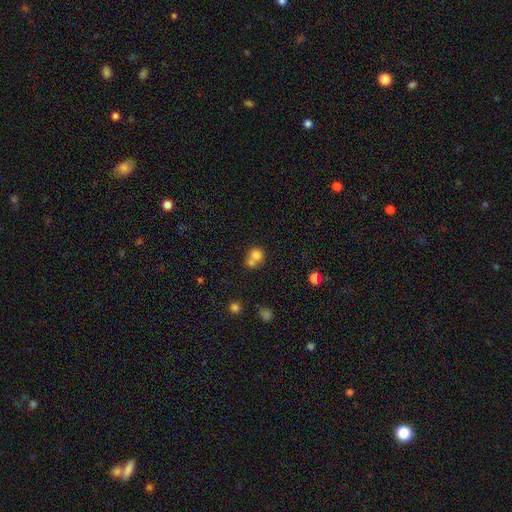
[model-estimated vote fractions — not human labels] This is likely a smooth galaxy (76%). How rounded: likely round (79%). Merging: possibly merger (55%).